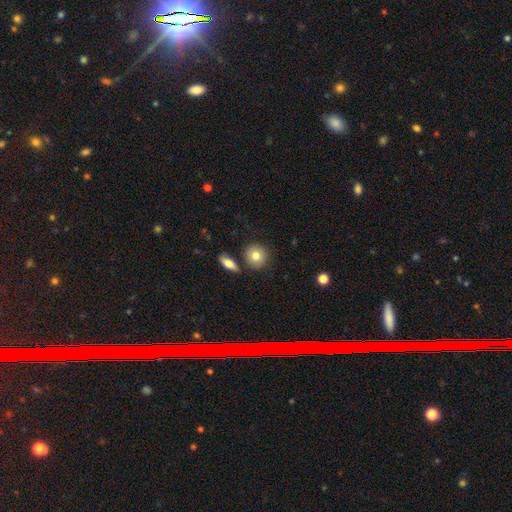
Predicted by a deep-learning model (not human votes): Smooth or featured: smooth — 80% (featured or disk — 12%)
How rounded: round — 84% (in between — 15%)
Merging: none — 80% (minor disturbance — 9%)